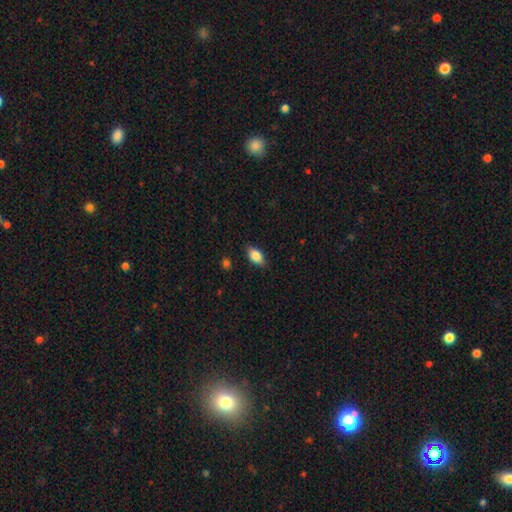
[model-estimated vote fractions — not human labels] The model was most divided on "merging": none: 84%, minor disturbance: 13%, major disturbance: 3%, merger: 1%. More confident: how rounded — in between (89%); smooth or featured — smooth (84%).